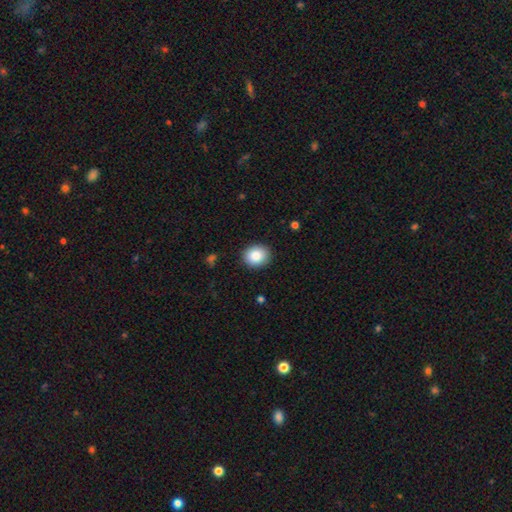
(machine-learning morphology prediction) smooth-or-featured: smooth: 87% | star or artifact: 8% | featured or disk: 5%
  how-rounded: round: 70% | in between: 29% | cigar-shaped: 1%
  merging: none: 89% | minor disturbance: 8% | major disturbance: 2% | merger: 1%